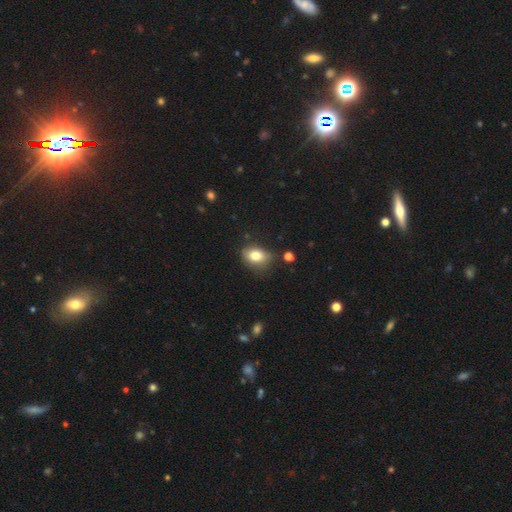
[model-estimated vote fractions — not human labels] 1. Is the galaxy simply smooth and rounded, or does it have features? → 79% smooth, 11% featured or disk, 10% star or artifact.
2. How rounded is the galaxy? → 69% in between, 30% round, 1% cigar-shaped.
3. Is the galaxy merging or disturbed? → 65% none, 25% minor disturbance, 6% major disturbance, 4% merger.